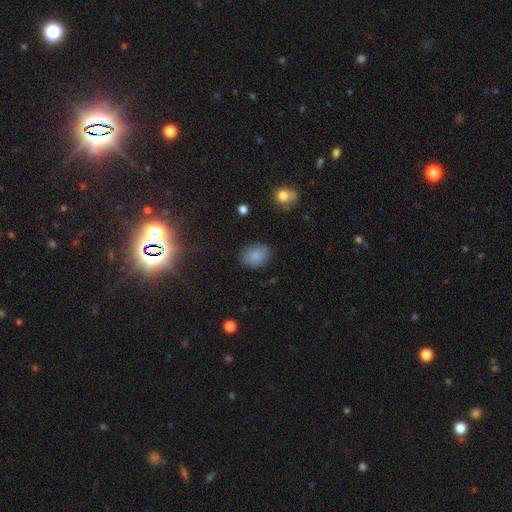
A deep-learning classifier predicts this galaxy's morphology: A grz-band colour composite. It shows a smooth galaxy with no disk features (85%) that is in between round and cigar-shaped (71%). Merging: none (82%).